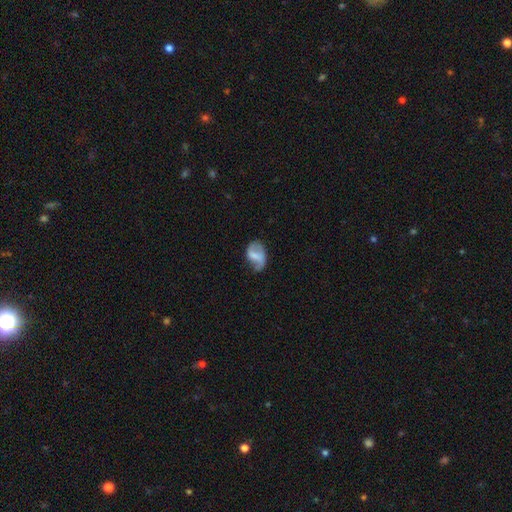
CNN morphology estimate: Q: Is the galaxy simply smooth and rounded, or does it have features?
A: featured or disk — 52%.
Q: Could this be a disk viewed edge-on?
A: no — 96%.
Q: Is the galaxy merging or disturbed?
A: none — 45%.